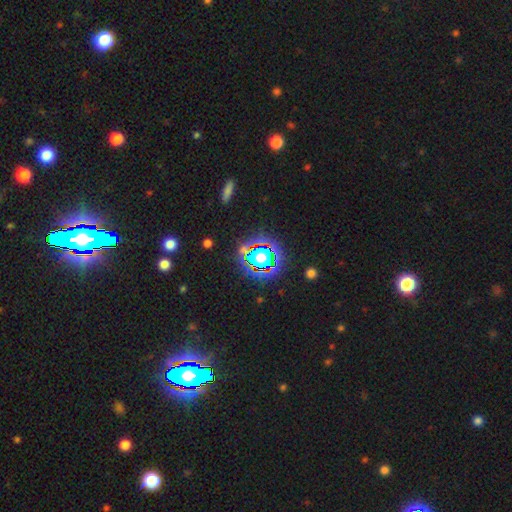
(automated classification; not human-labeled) A star or artifact, not a galaxy (72%).